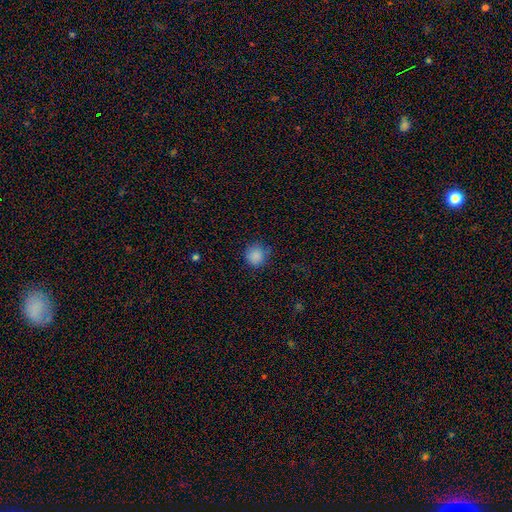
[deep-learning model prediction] Overall: smooth (86%). How rounded: round (92%). Merging: none (80%).